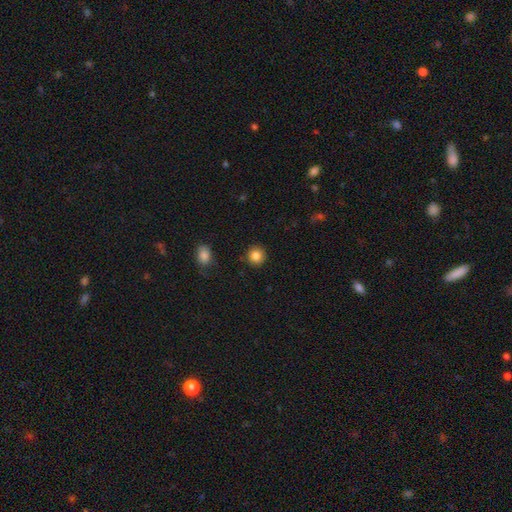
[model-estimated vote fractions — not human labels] Overall: smooth (85%). How rounded: round (92%). Merging: none (90%).